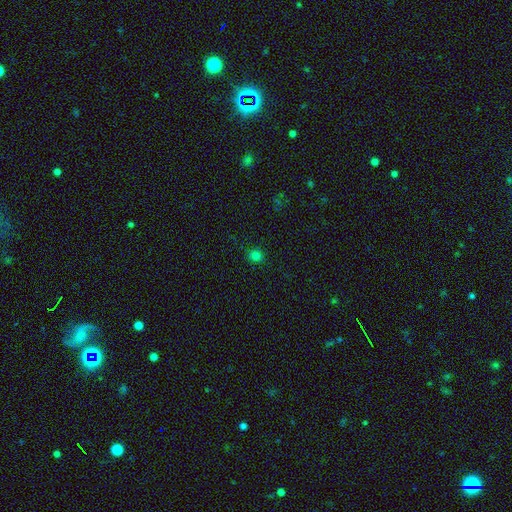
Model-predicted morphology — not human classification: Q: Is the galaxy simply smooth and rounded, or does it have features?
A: smooth — 79%.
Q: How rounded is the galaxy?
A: round — 85%.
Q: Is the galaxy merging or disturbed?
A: none — 90%.